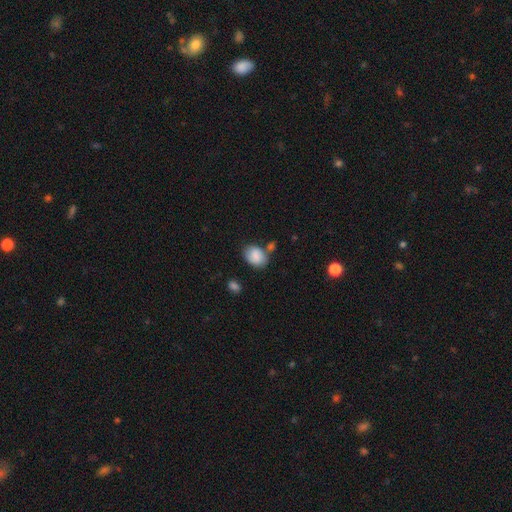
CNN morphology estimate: smooth 83%, featured or disk 9%, star or artifact 7%. Down the decision tree: how rounded — in between (70%); merging — none (63%).